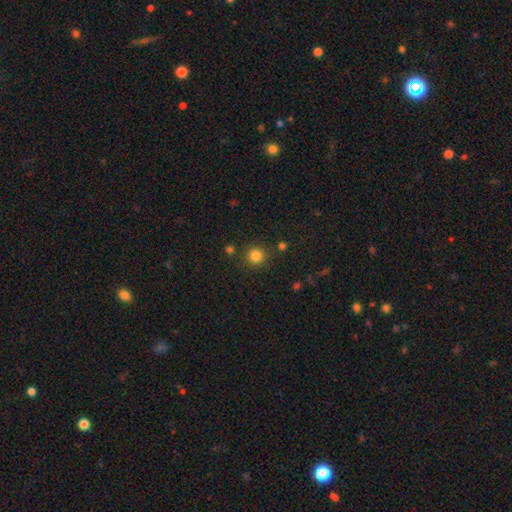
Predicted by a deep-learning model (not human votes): Smooth or featured? smooth (82%)
How rounded? round (93%)
Merging? none (85%)